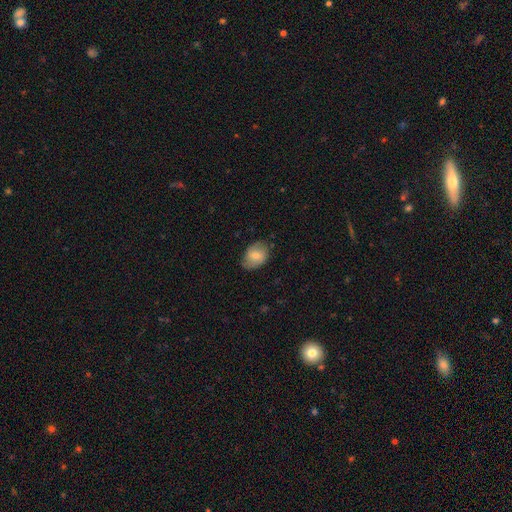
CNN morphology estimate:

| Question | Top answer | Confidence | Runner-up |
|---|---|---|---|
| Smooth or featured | smooth | 69% | featured or disk (24%) |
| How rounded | in between | 76% | round (23%) |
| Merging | none | 75% | minor disturbance (20%) |